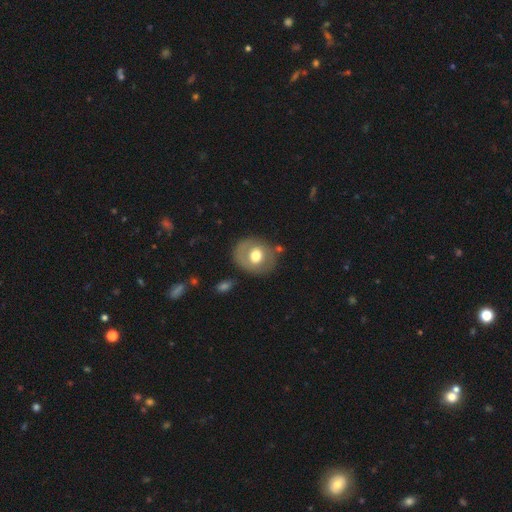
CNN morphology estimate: smooth-or-featured: smooth: 59% | featured or disk: 33% | star or artifact: 7%
  how-rounded: round: 69% | in between: 30% | cigar-shaped: 1%
  merging: none: 76% | minor disturbance: 15% | major disturbance: 5% | merger: 4%